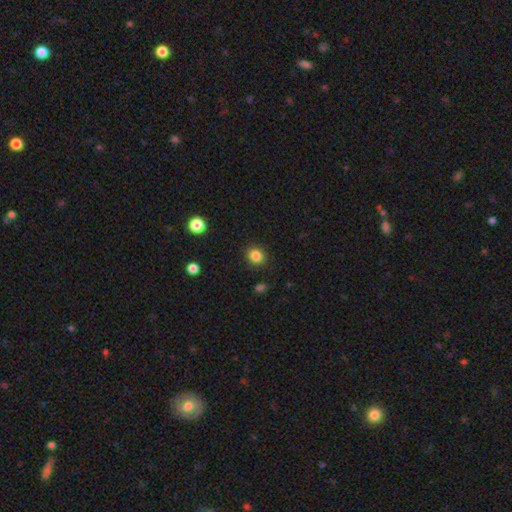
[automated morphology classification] Smooth or featured? smooth (85%)
How rounded? round (81%)
Merging? none (89%)